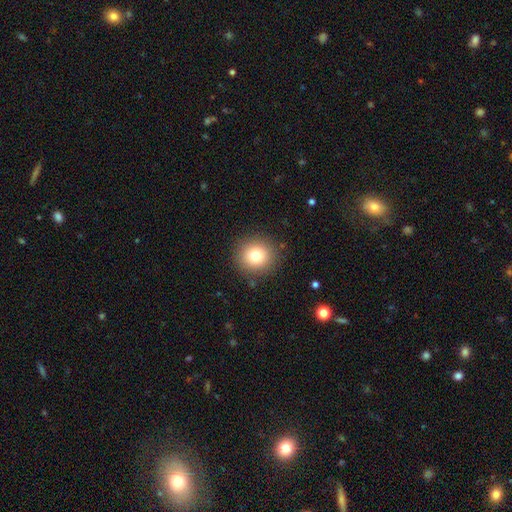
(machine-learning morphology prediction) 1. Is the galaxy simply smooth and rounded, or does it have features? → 79% smooth, 12% star or artifact, 9% featured or disk.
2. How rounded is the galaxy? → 91% round, 8% in between, 1% cigar-shaped.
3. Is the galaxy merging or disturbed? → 89% none, 7% minor disturbance, 3% major disturbance, 1% merger.